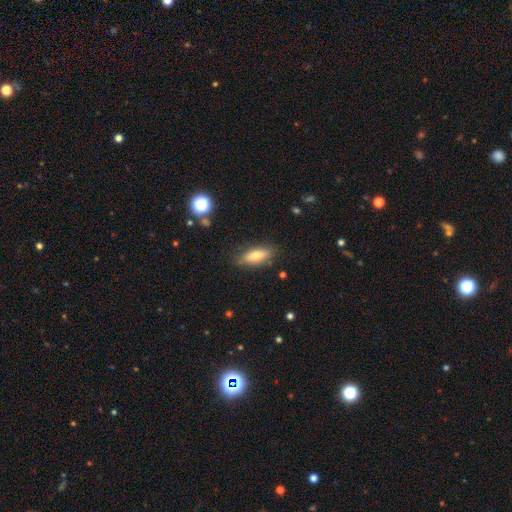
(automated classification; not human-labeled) A smooth galaxy with no disk features (69%) that is in between round and cigar-shaped (64%). Merging: none (82%).